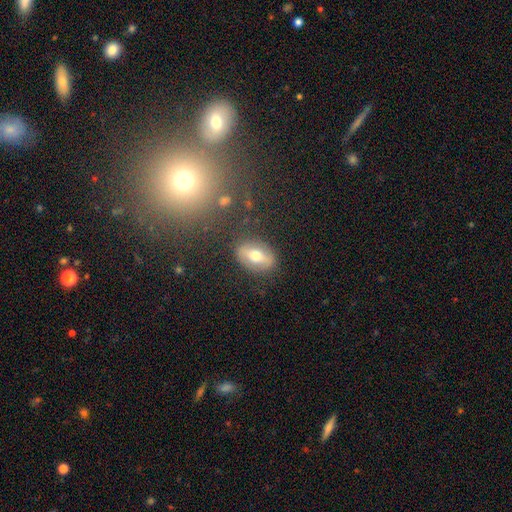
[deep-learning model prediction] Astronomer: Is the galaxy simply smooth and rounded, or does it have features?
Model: smooth — 48% (runner-up: featured or disk, 43%).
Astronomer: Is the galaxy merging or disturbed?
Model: none — 83%.